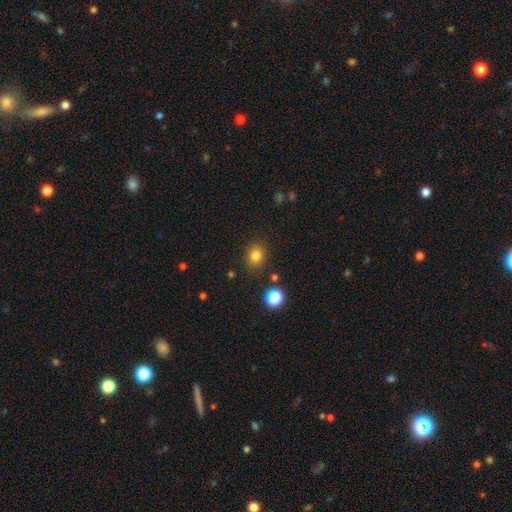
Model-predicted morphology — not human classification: smooth-or-featured: smooth: 80% | star or artifact: 13% | featured or disk: 6%
  how-rounded: round: 61% | in between: 38% | cigar-shaped: 1%
  merging: none: 85% | minor disturbance: 9% | major disturbance: 3% | merger: 2%